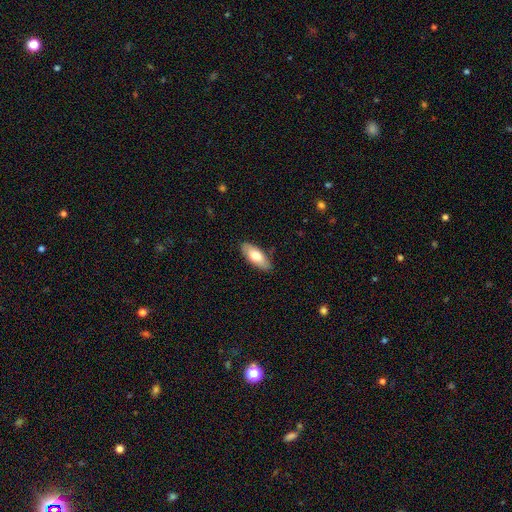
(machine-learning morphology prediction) Smooth or featured? smooth (72%)
How rounded? in between (82%)
Merging? none (86%)